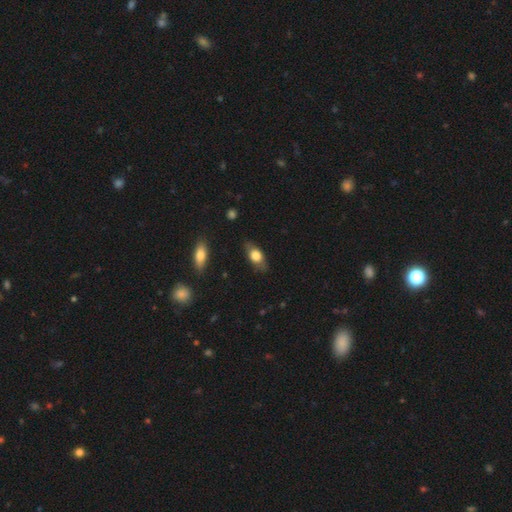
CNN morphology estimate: This is likely a smooth galaxy (70%). How rounded: clearly in between (82%). Merging: likely none (78%).